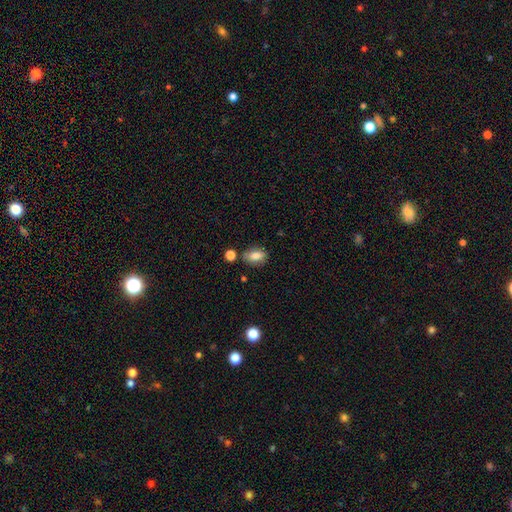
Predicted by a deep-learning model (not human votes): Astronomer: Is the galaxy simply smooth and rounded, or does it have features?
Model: smooth — 81%.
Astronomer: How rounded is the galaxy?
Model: in between — 81%.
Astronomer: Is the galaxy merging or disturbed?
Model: none — 74%.